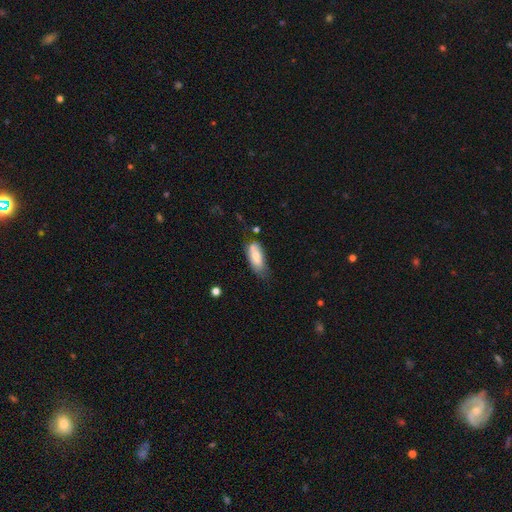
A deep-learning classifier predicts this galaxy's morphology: smooth 73%, featured or disk 21%, star or artifact 7%. Down the decision tree: how rounded — in between (81%); merging — none (49%).